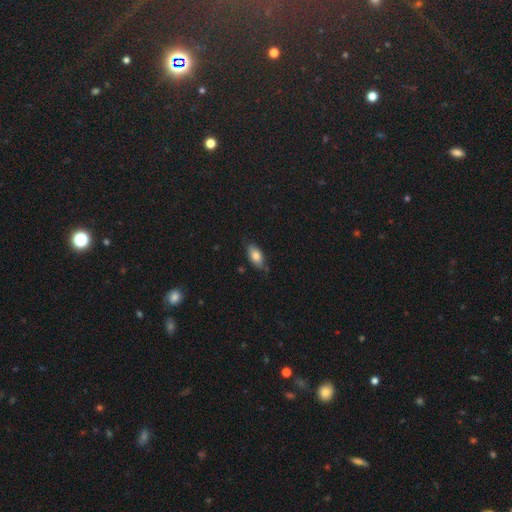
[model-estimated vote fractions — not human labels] This appears to be a smooth galaxy with no disk features (76%) that is in between round and cigar-shaped (88%). Merging: none (74%).